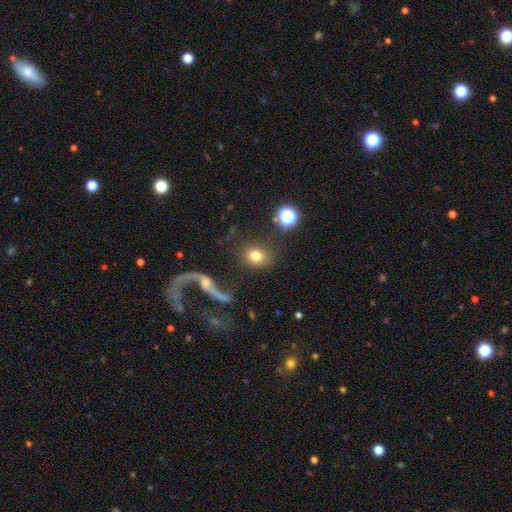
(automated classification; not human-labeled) This is likely a smooth galaxy (76%). How rounded: likely round (68%). Merging: likely none (78%).